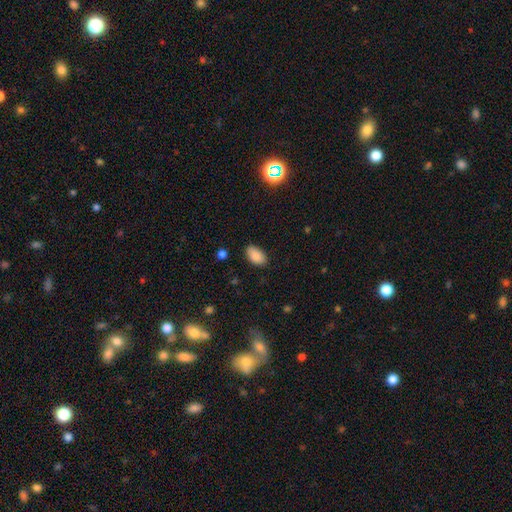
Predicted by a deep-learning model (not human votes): smooth 88%, star or artifact 8%, featured or disk 4%. Down the decision tree: how rounded — in between (94%); merging — none (84%).